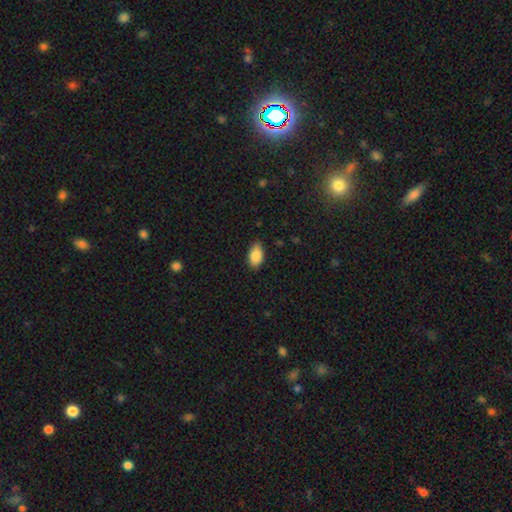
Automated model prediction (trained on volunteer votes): Smooth or featured? smooth (87%)
How rounded? in between (93%)
Merging? none (80%)